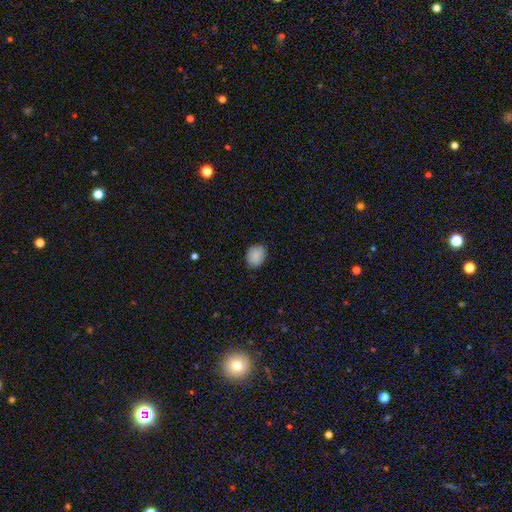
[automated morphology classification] Q: Smooth or featured?
A: smooth (88%); runner-up: star or artifact (8%)
Q: How rounded?
A: in between (59%); runner-up: round (40%)
Q: Merging?
A: none (82%); runner-up: minor disturbance (14%)